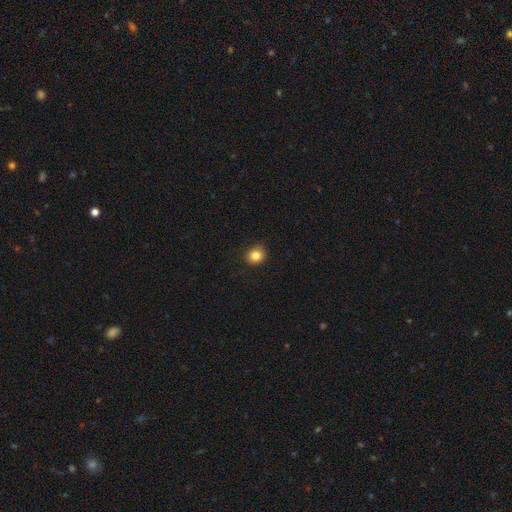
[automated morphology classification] Smooth or featured? smooth (84%)
How rounded? round (77%)
Merging? none (86%)